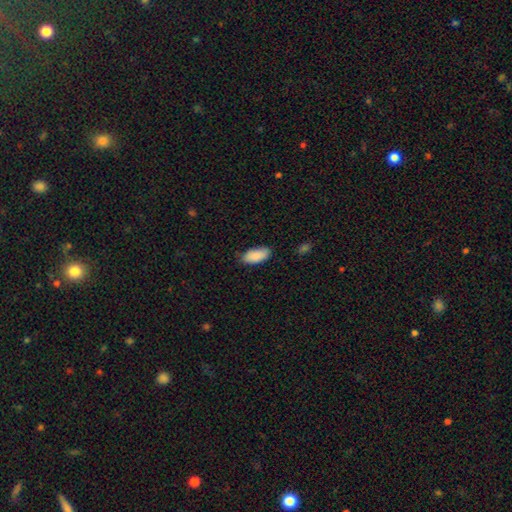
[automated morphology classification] smooth-or-featured: smooth: 89% | star or artifact: 6% | featured or disk: 5%
  how-rounded: in between: 91% | cigar-shaped: 7% | round: 2%
  merging: none: 83% | minor disturbance: 13% | major disturbance: 2% | merger: 1%